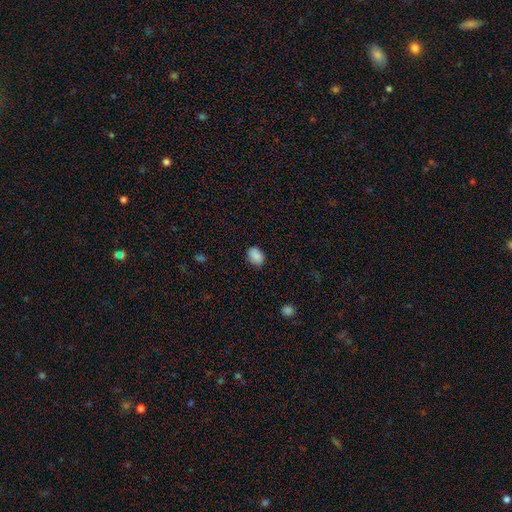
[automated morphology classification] This appears to be a smooth galaxy with no disk features (88%) that is in between round and cigar-shaped (68%). Merging: none (83%).